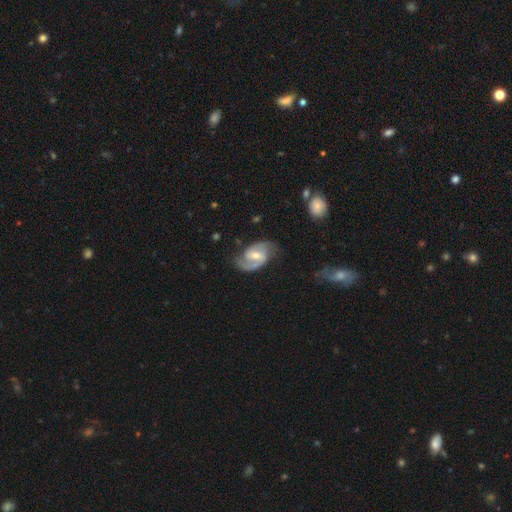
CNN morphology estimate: featured or disk 85%, smooth 10%, star or artifact 5%. Down the decision tree: edge-on disk — no (97%); bar — weak (54%); spiral arms — yes (95%); spiral arm count — 2 (88%); spiral winding — medium (54%); bulge size — moderate (57%); merging — none (73%).